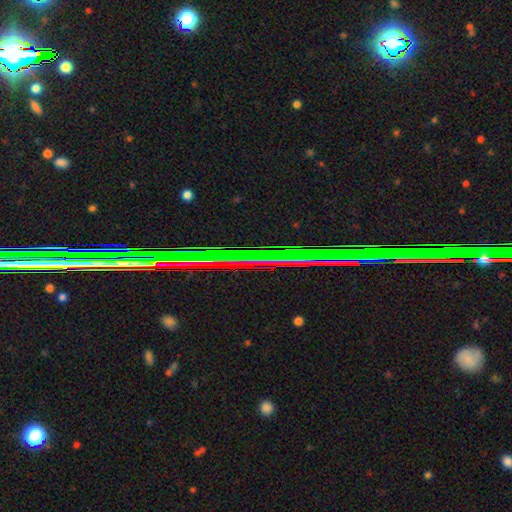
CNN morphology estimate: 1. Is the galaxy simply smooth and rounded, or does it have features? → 69% star or artifact, 21% featured or disk, 10% smooth.